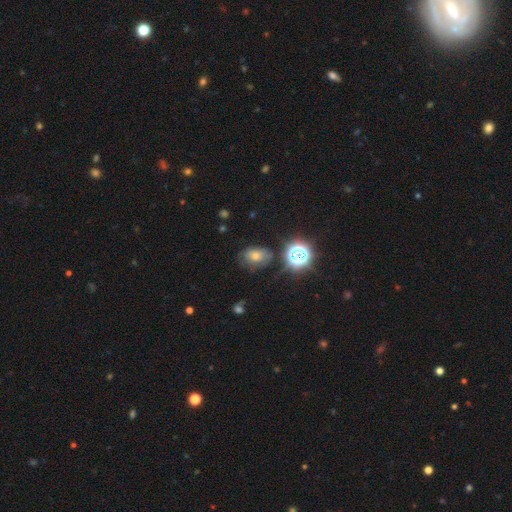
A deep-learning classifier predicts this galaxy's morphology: This appears to be a smooth galaxy with no disk features (41%). Merging: none (68%).